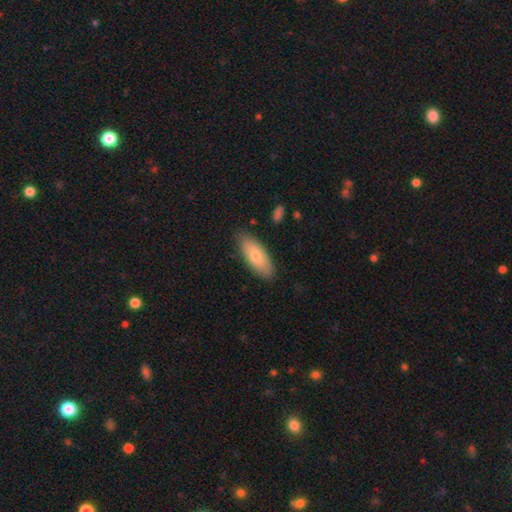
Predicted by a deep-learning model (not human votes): This appears to be a smooth galaxy with no disk features (74%) that is in between round and cigar-shaped (82%). Merging: none (81%).